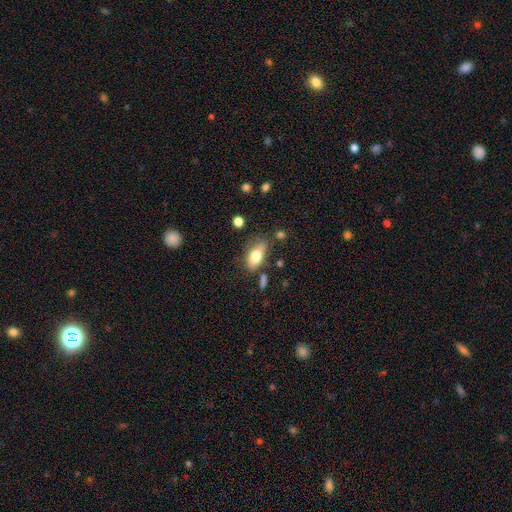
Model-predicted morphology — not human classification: Smooth or featured? Predicted: smooth (p=0.75). How rounded? Predicted: in between (p=0.88). Merging? Predicted: none (p=0.61).